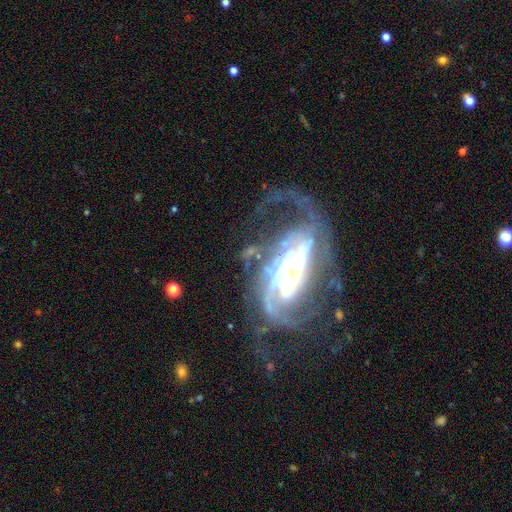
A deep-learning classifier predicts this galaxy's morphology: Smooth or featured: featured or disk — 87% (star or artifact — 7%)
Edge-on disk: no — 96% (yes — 4%)
Bar: no — 41% (weak — 32%)
Spiral arms: yes — 95% (no — 5%)
Spiral winding: medium — 43% (tight — 38%)
Spiral arm count: 2 — 51% (can't tell — 16%)
Bulge size: large — 33% (small — 25%)
Merging: none — 58% (major disturbance — 22%)